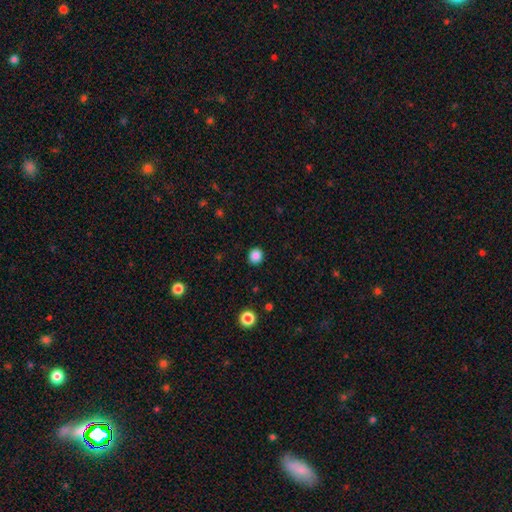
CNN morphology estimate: Smooth or featured: smooth — 86% (star or artifact — 11%)
How rounded: round — 84% (in between — 15%)
Merging: none — 91% (minor disturbance — 6%)